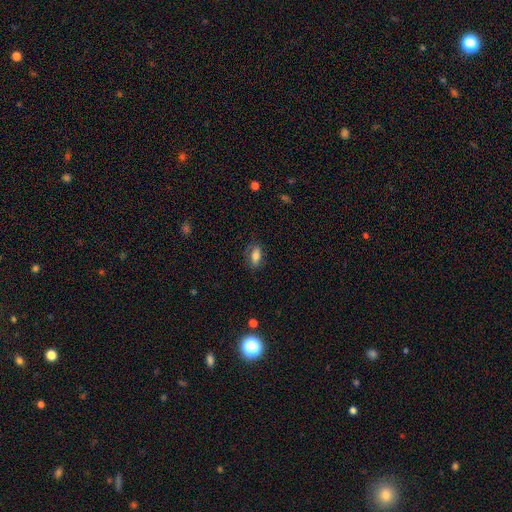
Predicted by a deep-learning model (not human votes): A smooth galaxy with no disk features (74%) that is in between round and cigar-shaped (81%).

Vote fractions:
- Smooth or featured? smooth: 74% / featured or disk: 17% / star or artifact: 9%
- How rounded? in between: 81% / cigar-shaped: 13% / round: 6%
- Merging? none: 75% / minor disturbance: 18% / major disturbance: 6% / merger: 1%